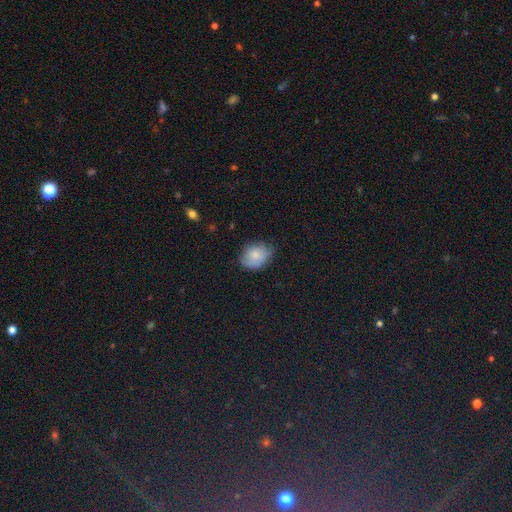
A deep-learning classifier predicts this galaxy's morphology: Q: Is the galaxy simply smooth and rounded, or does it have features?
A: smooth — 79%.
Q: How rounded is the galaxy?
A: in between — 67%.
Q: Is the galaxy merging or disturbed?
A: none — 59%.